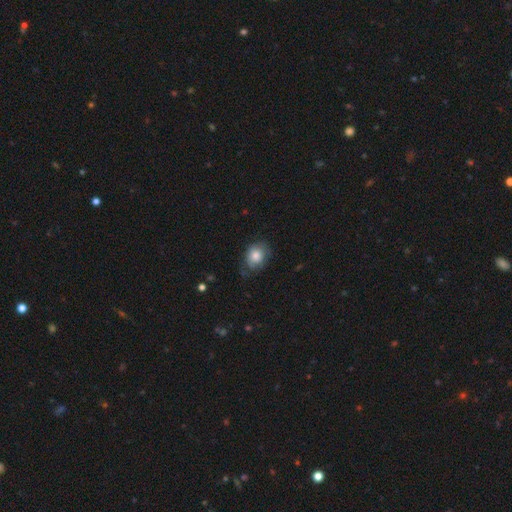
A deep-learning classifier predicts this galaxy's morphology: Overall: smooth (77%). How rounded: in between (52%; round 47%). Merging: none (61%; minor disturbance 28%).